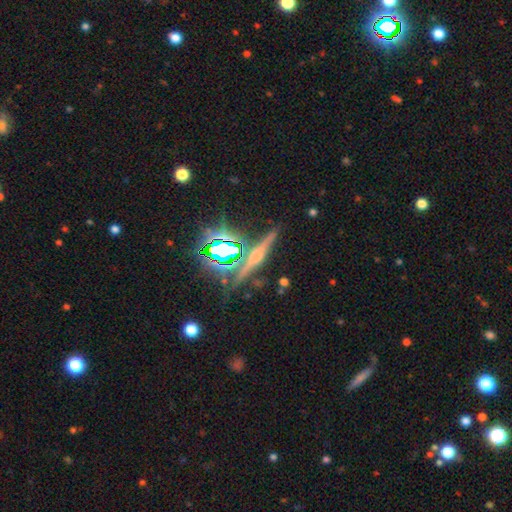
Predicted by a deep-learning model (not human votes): Smooth or featured? Predicted: featured or disk (p=0.55). Edge-on disk? Predicted: yes (p=0.93). Edge-on bulge? Predicted: rounded (p=0.83). Merging? Predicted: none (p=0.82).